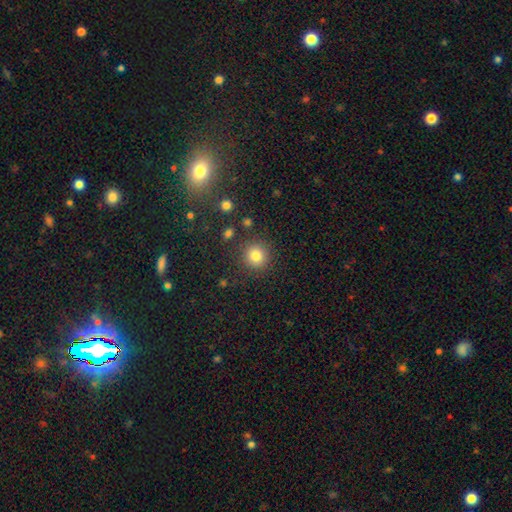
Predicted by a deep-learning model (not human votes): Morphology: type=smooth (83%); roundness=round (91%); merging=none (86%).